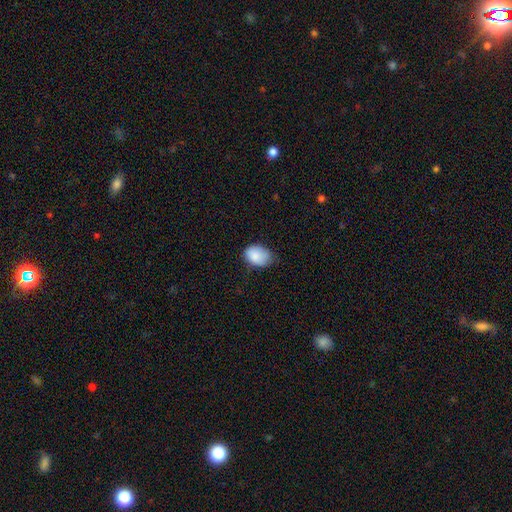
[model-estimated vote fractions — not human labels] Morphology: type=smooth (85%); roundness=in between (78%); merging=none (56%).